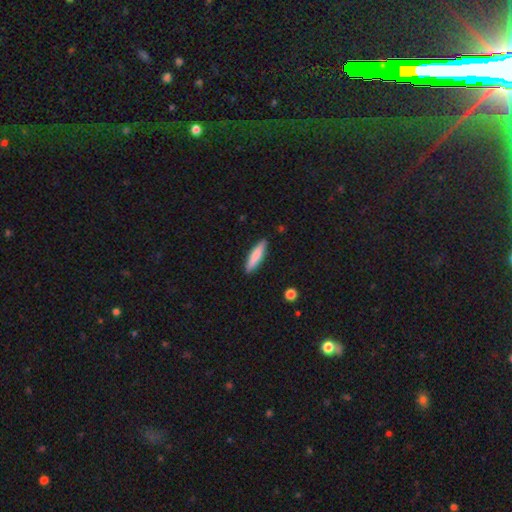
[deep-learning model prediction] This appears to be a smooth galaxy with no disk features (80%) that is cigar-shaped (80%). Merging: none (88%).